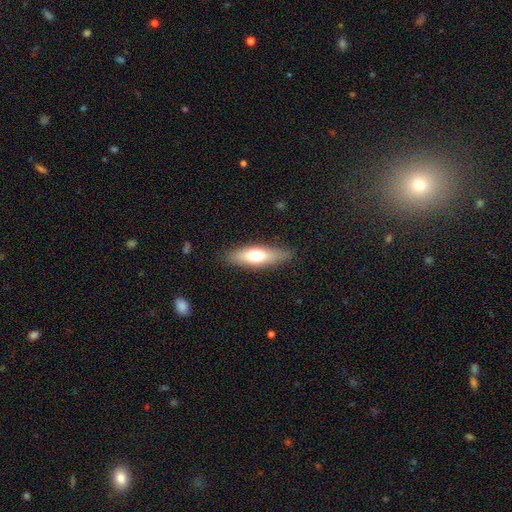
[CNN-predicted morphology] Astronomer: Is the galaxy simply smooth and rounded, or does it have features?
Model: smooth — 62%.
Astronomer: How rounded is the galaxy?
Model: cigar-shaped — 49% (runner-up: in between, 48%).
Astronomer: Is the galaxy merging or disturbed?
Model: none — 85%.